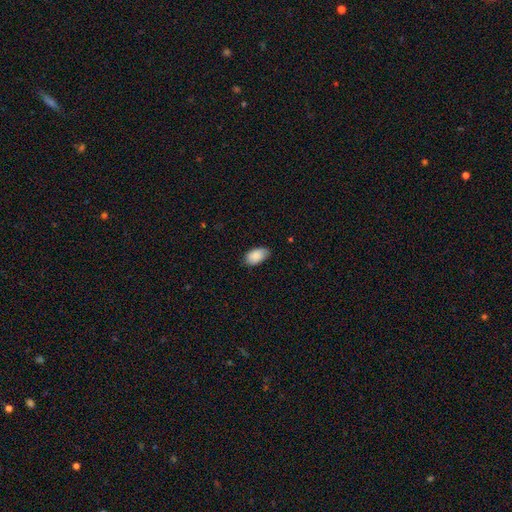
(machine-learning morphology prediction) Overall: smooth (85%). How rounded: in between (94%). Merging: none (73%).